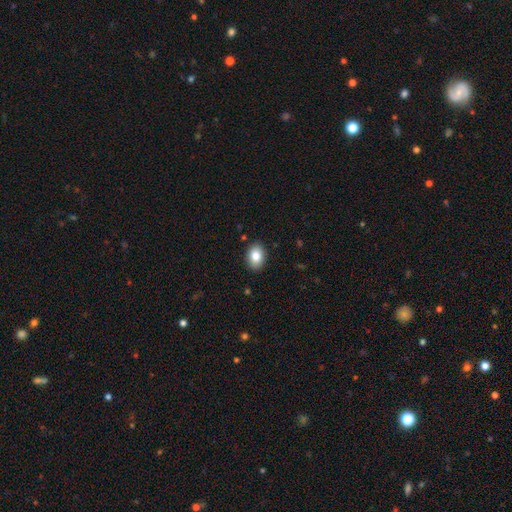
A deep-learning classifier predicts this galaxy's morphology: Overall: smooth (83%). How rounded: in between (81%). Merging: none (89%).